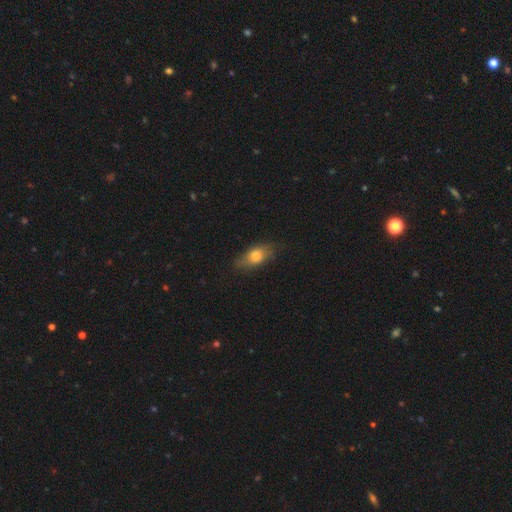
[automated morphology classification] type=smooth (71%); roundness=in between (79%); merging=none (72%).